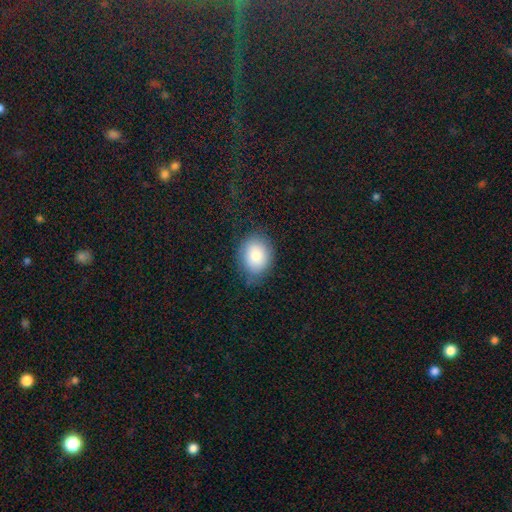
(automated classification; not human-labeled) Overall: smooth (85%). How rounded: in between (57%; round 42%). Merging: none (73%).